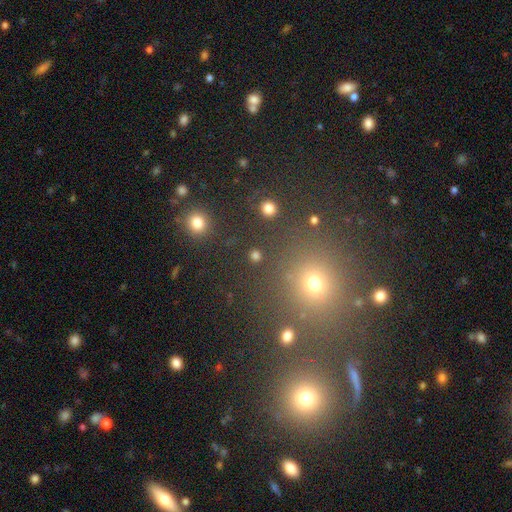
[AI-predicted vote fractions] Smooth or featured: smooth — 72% (star or artifact — 23%)
How rounded: round — 90% (in between — 9%)
Merging: none — 88% (minor disturbance — 5%)